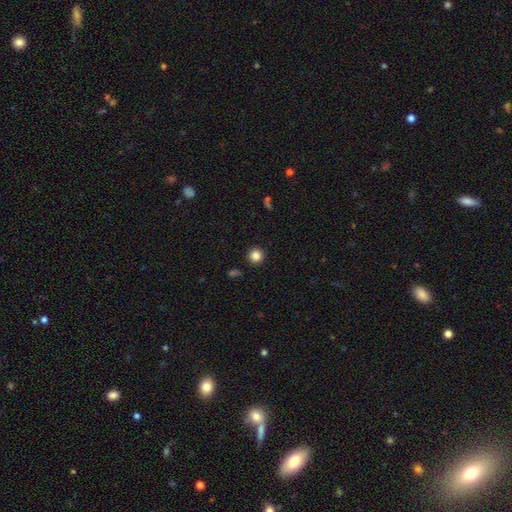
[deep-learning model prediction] A smooth galaxy with no disk features (85%) that is round (95%).

Vote fractions:
- Smooth or featured? smooth: 85% / star or artifact: 11% / featured or disk: 4%
- How rounded? round: 95% / in between: 4% / cigar-shaped: 1%
- Merging? none: 92% / minor disturbance: 5% / major disturbance: 2% / merger: 1%